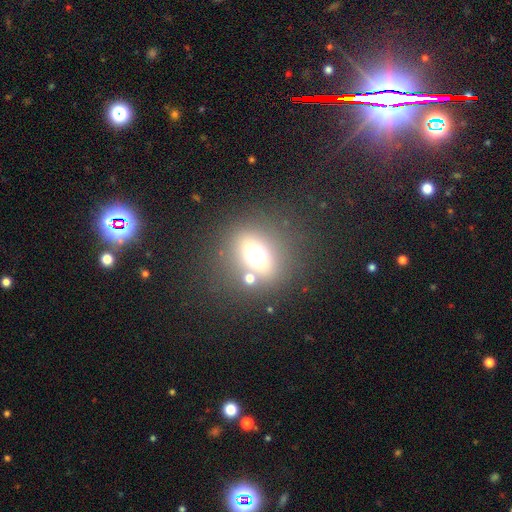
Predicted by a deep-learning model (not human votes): Morphology: type=smooth (59%); roundness=round (59%); merging=none (71%).